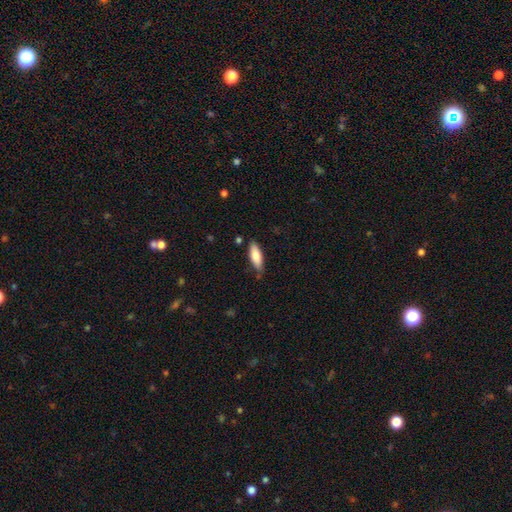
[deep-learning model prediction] Overall: smooth (81%). How rounded: in between (62%; cigar-shaped 36%). Merging: none (76%).